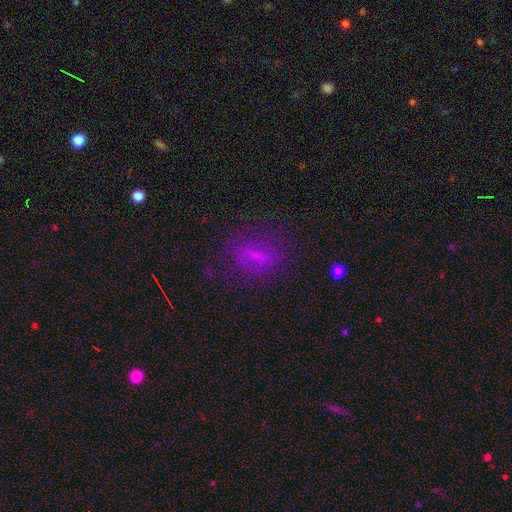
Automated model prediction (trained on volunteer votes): Morphology: type=smooth (56%); roundness=in between (60%); merging=none (71%).